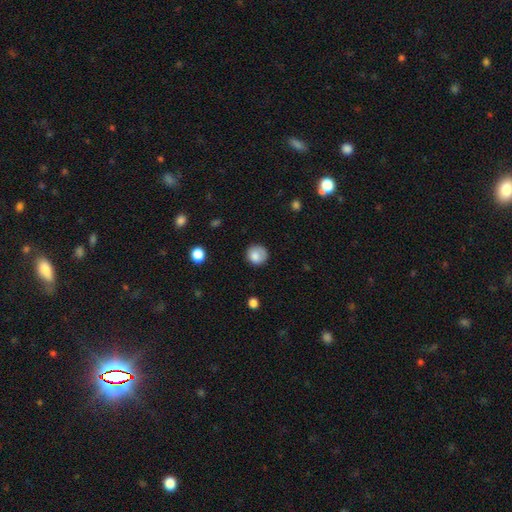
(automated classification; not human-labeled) Q: Smooth or featured?
A: smooth (83%); runner-up: star or artifact (9%)
Q: How rounded?
A: round (89%); runner-up: in between (10%)
Q: Merging?
A: none (76%); runner-up: minor disturbance (18%)